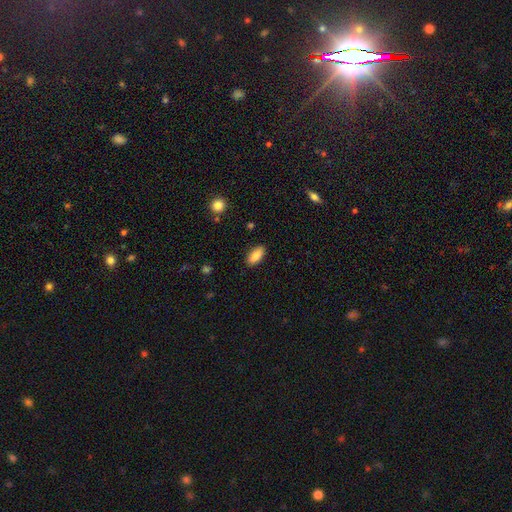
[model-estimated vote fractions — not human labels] This appears to be a smooth galaxy with no disk features (83%) that is in between round and cigar-shaped (88%). Merging: none (88%).